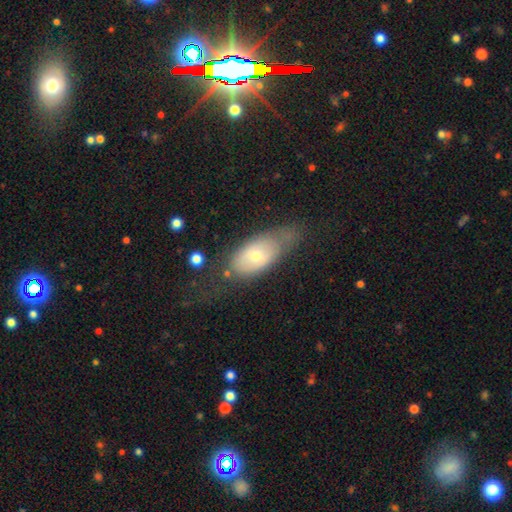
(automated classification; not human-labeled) This is possibly a smooth galaxy (56%). How rounded: clearly in between (85%). Merging: marginally none (38%).